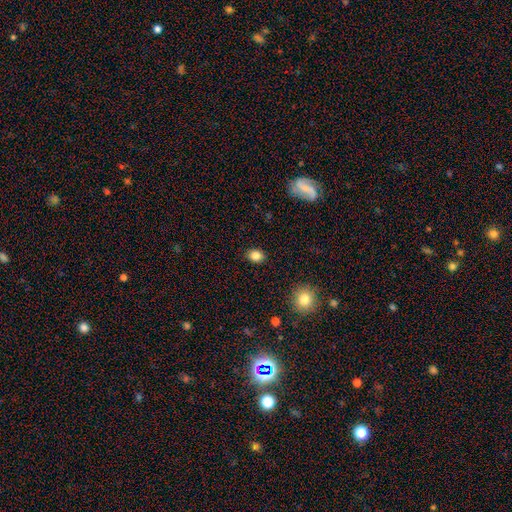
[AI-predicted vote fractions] Morphology: type=smooth (84%); roundness=in between (54%); merging=none (88%).